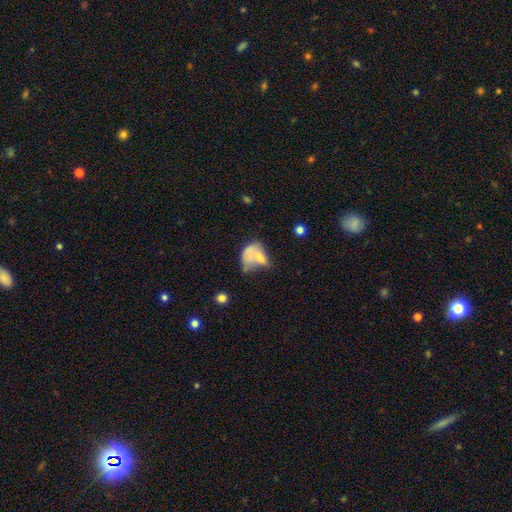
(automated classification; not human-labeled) Smooth or featured? smooth (60%)
How rounded? in between (76%)
Merging? merger (48%)